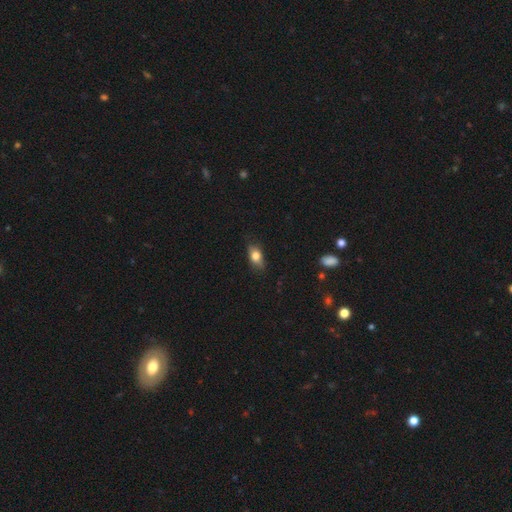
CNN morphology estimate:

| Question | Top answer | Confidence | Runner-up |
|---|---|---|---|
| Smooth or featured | smooth | 74% | featured or disk (18%) |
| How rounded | in between | 80% | round (10%) |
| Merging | none | 78% | minor disturbance (18%) |